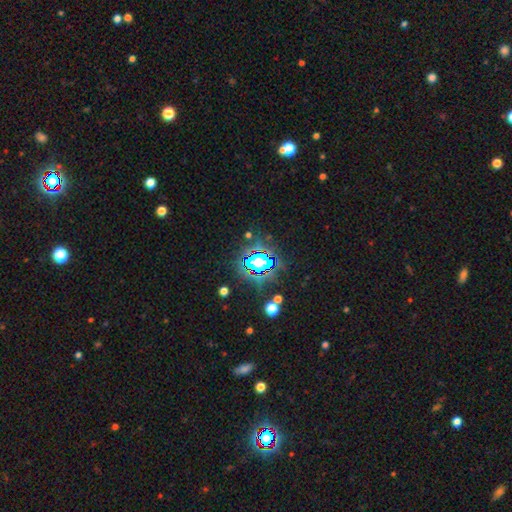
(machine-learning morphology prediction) Smooth or featured? Predicted: star or artifact (p=0.82).